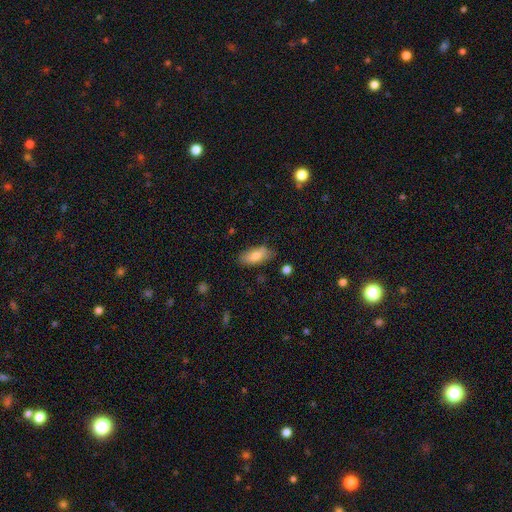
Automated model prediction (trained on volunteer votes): Q: Smooth or featured?
A: smooth (79%); runner-up: featured or disk (14%)
Q: How rounded?
A: in between (85%); runner-up: cigar-shaped (12%)
Q: Merging?
A: none (79%); runner-up: minor disturbance (16%)